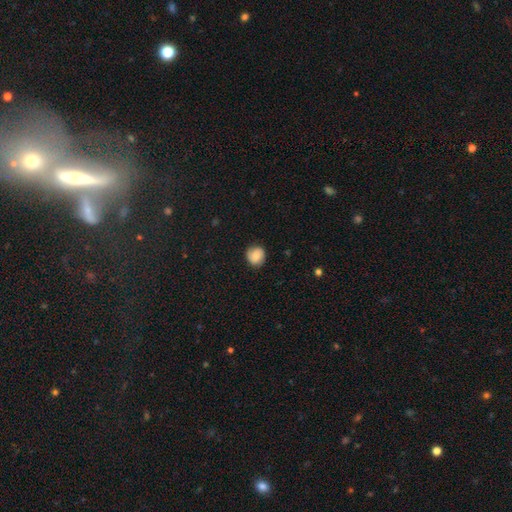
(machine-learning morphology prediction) This is likely a smooth galaxy (79%). How rounded: clearly round (84%). Merging: clearly none (83%).